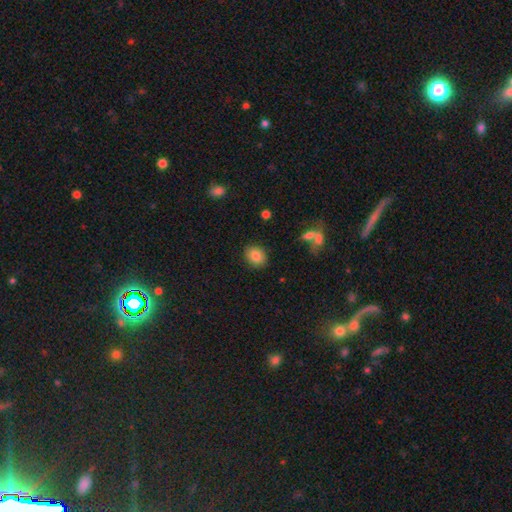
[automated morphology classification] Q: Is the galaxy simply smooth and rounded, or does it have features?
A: smooth — 84%.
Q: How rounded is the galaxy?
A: in between — 52%.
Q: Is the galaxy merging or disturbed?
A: none — 87%.